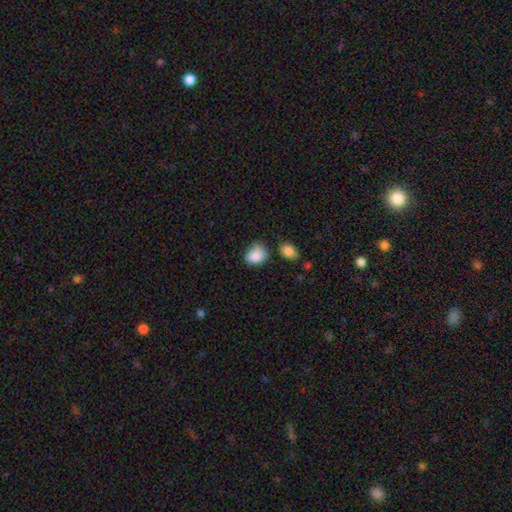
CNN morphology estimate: Overall: smooth (85%). How rounded: in between (57%; round 42%). Merging: none (48%; minor disturbance 36%).